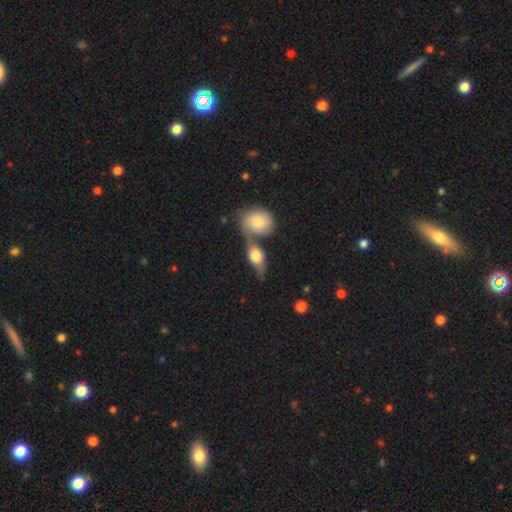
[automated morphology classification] smooth_or_featured: smooth (p=0.55) [alt: featured or disk p=0.38]
how_rounded: in between (p=0.73) [alt: round p=0.17]
merging: merger (p=0.51) [alt: none p=0.29]